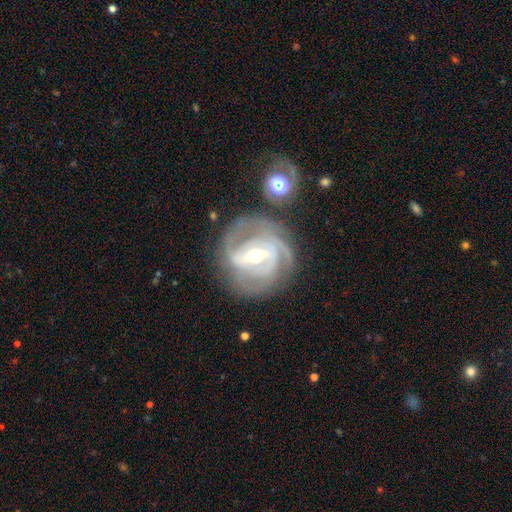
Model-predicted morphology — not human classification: Smooth or featured?
  - featured or disk: 89% *
  - smooth: 6%
  - star or artifact: 5%
Edge-on disk?
  - no: 96% *
  - yes: 4%
Bar?
  - strong: 54% *
  - weak: 36%
  - no: 11%
Spiral arms?
  - yes: 95% *
  - no: 5%
Spiral winding?
  - tight: 58% *
  - medium: 35%
  - loose: 8%
Spiral arm count?
  - 3: 36% *
  - 2: 25%
  - can't tell: 19%
  - 4: 11%
  - 1: 4%
  - more than 4: 4%
Bulge size?
  - moderate: 55% *
  - small: 40%
  - large: 3%
  - none: 1%
  - dominant: 1%
Merging?
  - none: 71% *
  - minor disturbance: 17%
  - major disturbance: 9%
  - merger: 3%